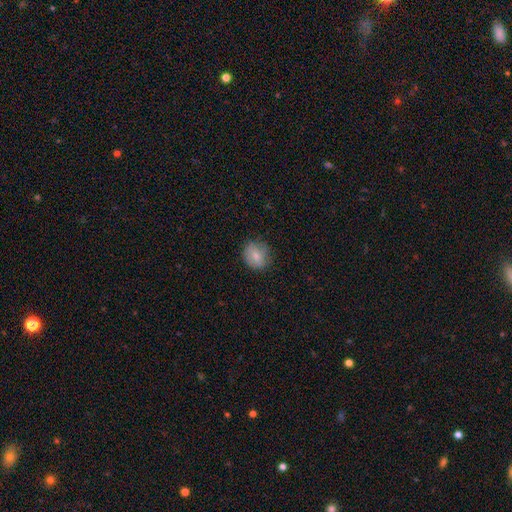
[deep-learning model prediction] The model was most divided on "how rounded": round: 77%, in between: 22%, cigar-shaped: 1%. More confident: merging — none (75%); smooth or featured — smooth (75%).